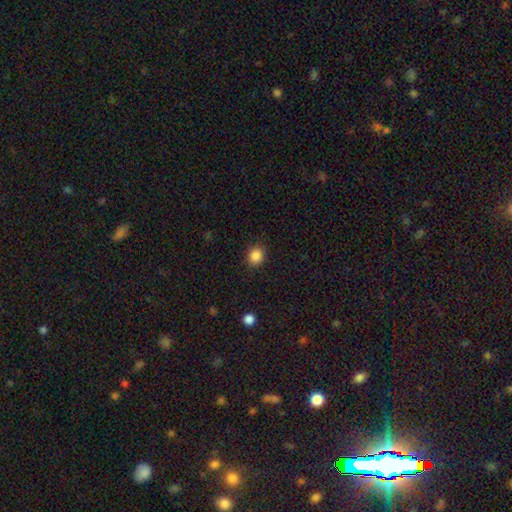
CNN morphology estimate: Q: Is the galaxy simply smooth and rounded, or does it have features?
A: smooth — 86%.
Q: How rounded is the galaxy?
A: round — 72%.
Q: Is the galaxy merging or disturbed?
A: none — 88%.